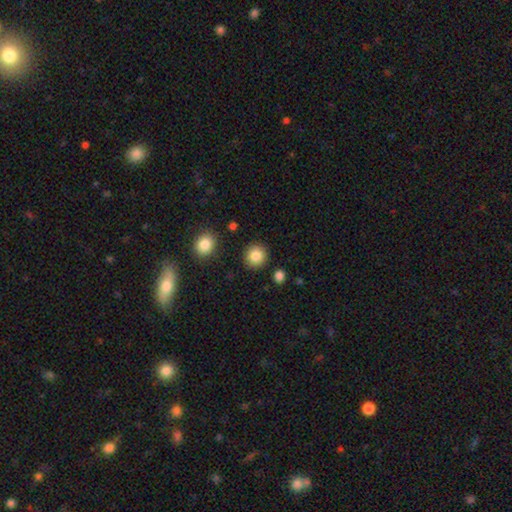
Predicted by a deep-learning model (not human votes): This appears to be a smooth galaxy with no disk features (85%) that is round (89%). Merging: none (89%).